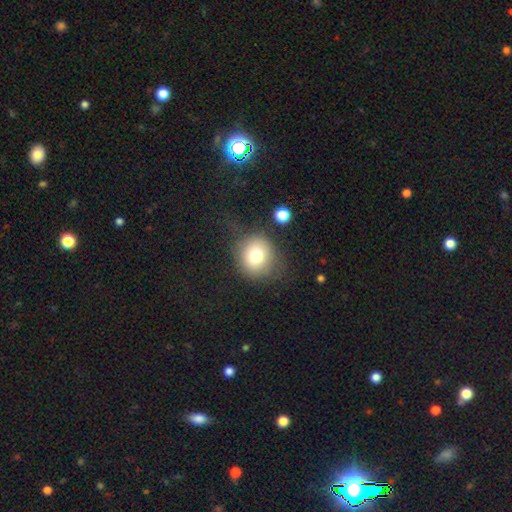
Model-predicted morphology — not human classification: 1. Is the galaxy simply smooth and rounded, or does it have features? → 76% smooth, 12% featured or disk, 12% star or artifact.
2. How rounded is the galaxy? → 83% round, 16% in between, 1% cigar-shaped.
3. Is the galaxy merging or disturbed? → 71% none, 16% minor disturbance, 9% major disturbance, 4% merger.